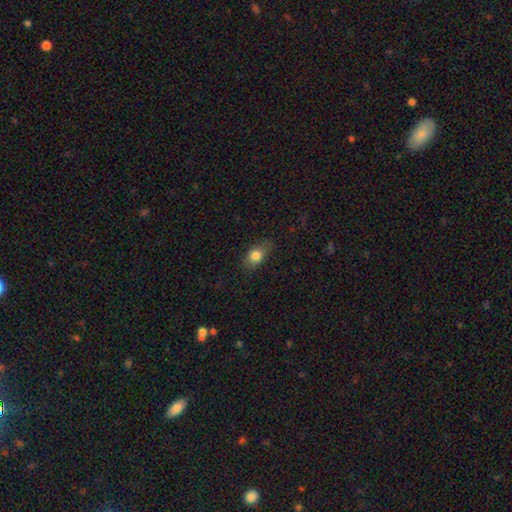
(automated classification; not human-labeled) Smooth or featured: smooth — 81% (featured or disk — 10%)
How rounded: in between — 75% (round — 21%)
Merging: none — 77% (minor disturbance — 18%)